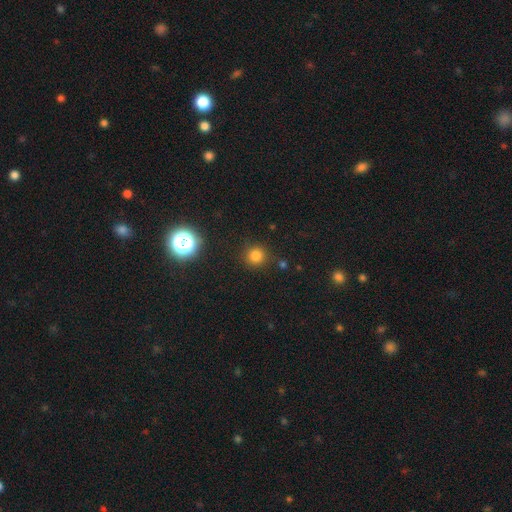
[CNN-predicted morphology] Smooth or featured?
  - smooth: 78% *
  - star or artifact: 17%
  - featured or disk: 5%
How rounded?
  - round: 93% *
  - in between: 6%
  - cigar-shaped: 1%
Merging?
  - none: 87% *
  - minor disturbance: 7%
  - major disturbance: 3%
  - merger: 3%